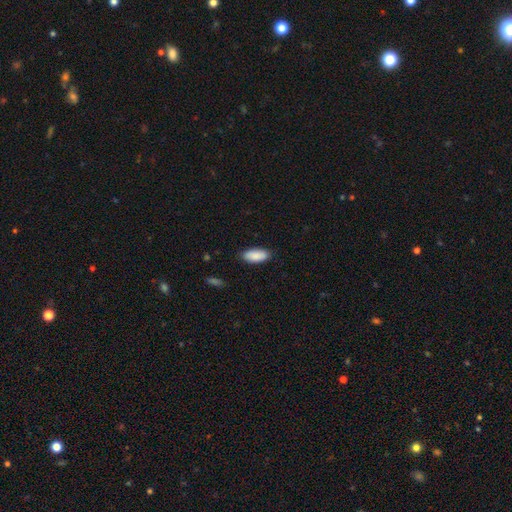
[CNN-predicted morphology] Smooth or featured? Predicted: smooth (p=0.90). How rounded? Predicted: in between (p=0.89). Merging? Predicted: none (p=0.86).